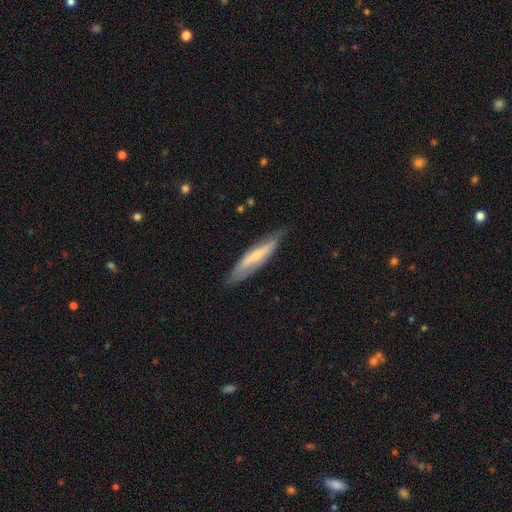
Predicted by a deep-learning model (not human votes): The model was most divided on "smooth or featured": featured or disk: 56%, smooth: 37%, star or artifact: 6%. More confident: merging — none (76%); edge-on disk — yes (63%).